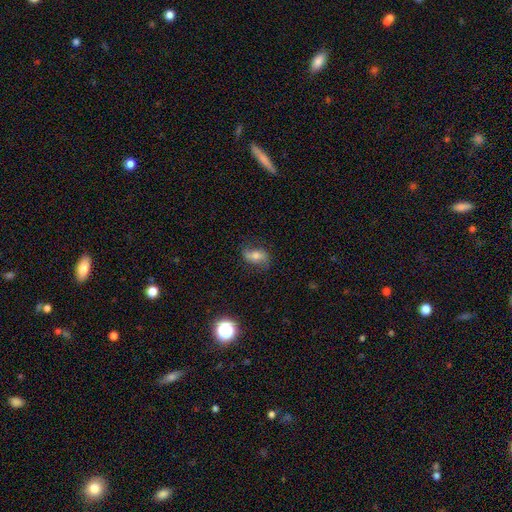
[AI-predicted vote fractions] smooth 50%, featured or disk 39%, star or artifact 11%. Down the decision tree: how rounded — in between (81%); merging — none (70%).